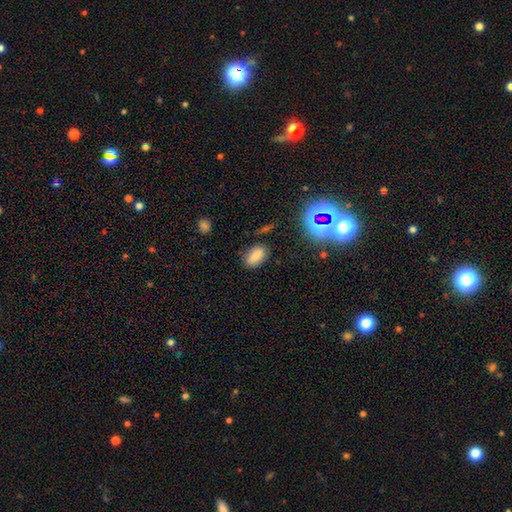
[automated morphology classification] smooth 79%, star or artifact 14%, featured or disk 7%. Down the decision tree: how rounded — in between (90%); merging — none (80%).